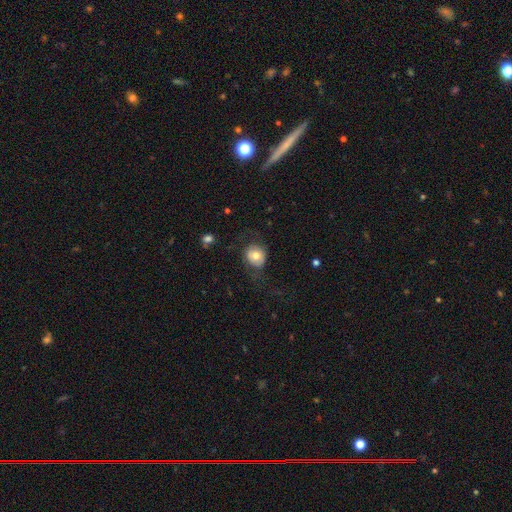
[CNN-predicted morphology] type=smooth (67%); roundness=round (75%); merging=none (67%).